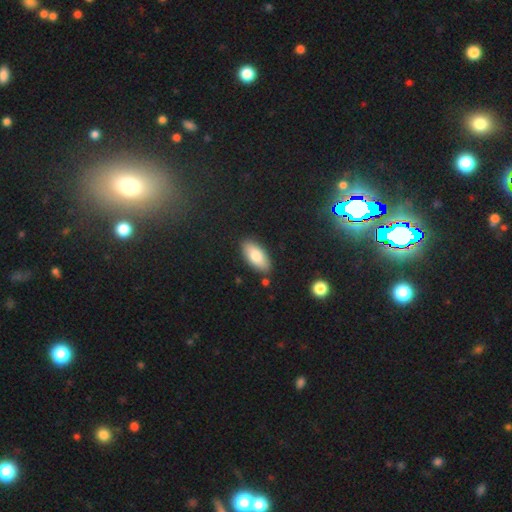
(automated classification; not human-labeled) Smooth or featured? smooth (80%)
How rounded? in between (89%)
Merging? none (86%)